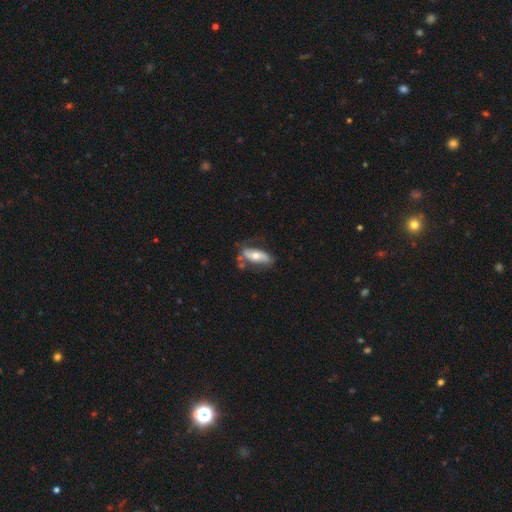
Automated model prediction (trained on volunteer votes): This is possibly a featured or disk galaxy (51%). It is likely not viewed edge-on (72%). Merging: possibly none (58%).